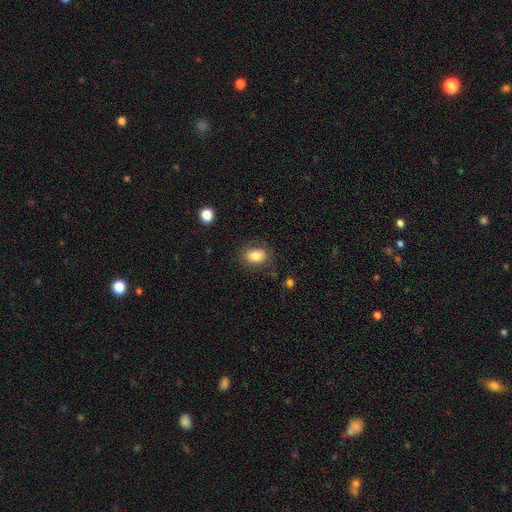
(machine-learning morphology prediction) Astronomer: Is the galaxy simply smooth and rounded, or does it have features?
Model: smooth — 84%.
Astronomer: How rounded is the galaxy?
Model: in between — 76%.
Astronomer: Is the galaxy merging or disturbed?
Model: none — 80%.